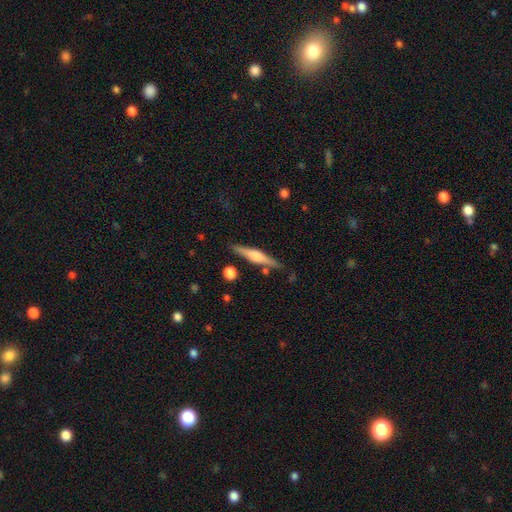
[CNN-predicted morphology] type=featured or disk (69%); edge-on=yes (97%); edge-on bulge=rounded (84%); merging=none (85%).